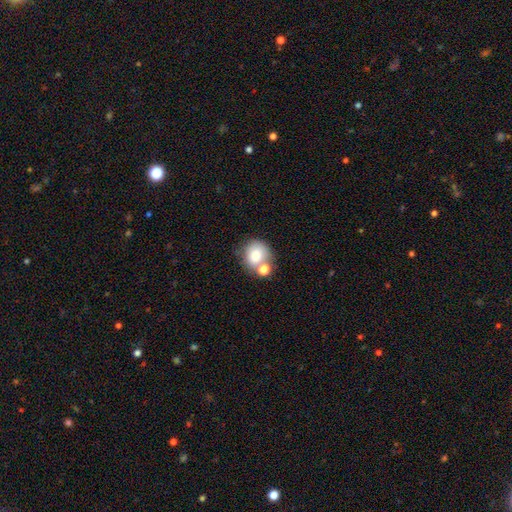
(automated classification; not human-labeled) A smooth galaxy with no disk features (75%) that is round (80%).

Vote fractions:
- Smooth or featured? smooth: 75% / featured or disk: 15% / star or artifact: 10%
- How rounded? round: 80% / in between: 19% / cigar-shaped: 1%
- Merging? none: 51% / merger: 33% / minor disturbance: 11% / major disturbance: 4%